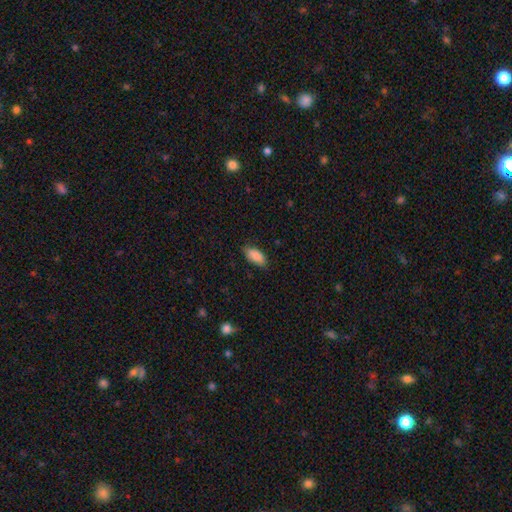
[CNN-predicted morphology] A smooth galaxy with no disk features (89%) that is in between round and cigar-shaped (90%).

Vote fractions:
- Smooth or featured? smooth: 89% / star or artifact: 6% / featured or disk: 5%
- How rounded? in between: 90% / cigar-shaped: 8% / round: 2%
- Merging? none: 79% / minor disturbance: 16% / major disturbance: 3% / merger: 1%